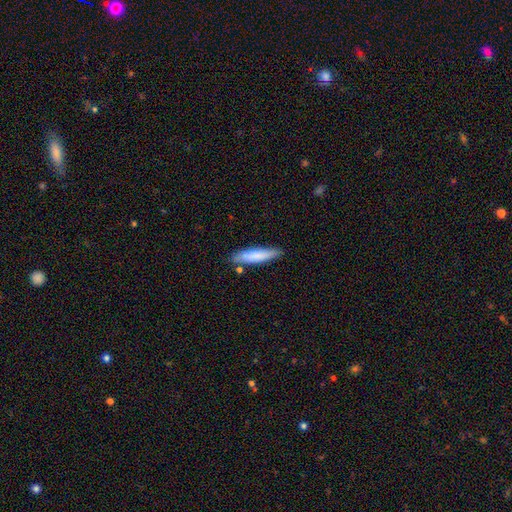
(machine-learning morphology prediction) type=smooth (78%); roundness=cigar-shaped (81%); merging=none (79%).